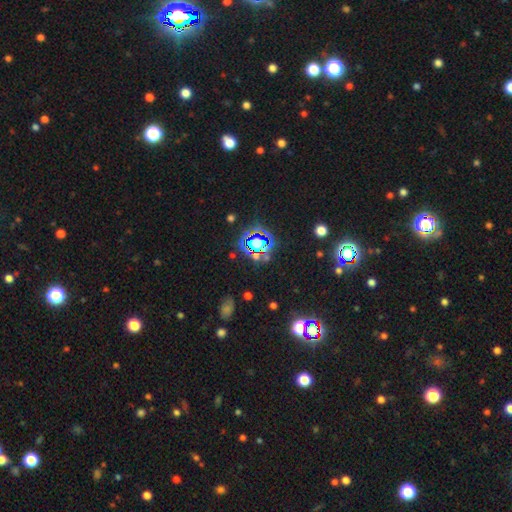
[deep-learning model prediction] smooth-or-featured: star or artifact: 74% | smooth: 18% | featured or disk: 9%